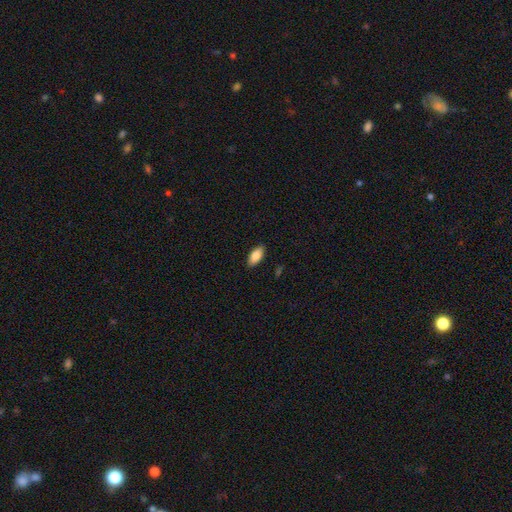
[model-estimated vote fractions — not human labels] Q: Smooth or featured?
A: smooth (84%); runner-up: featured or disk (9%)
Q: How rounded?
A: in between (87%); runner-up: cigar-shaped (11%)
Q: Merging?
A: none (89%); runner-up: minor disturbance (8%)